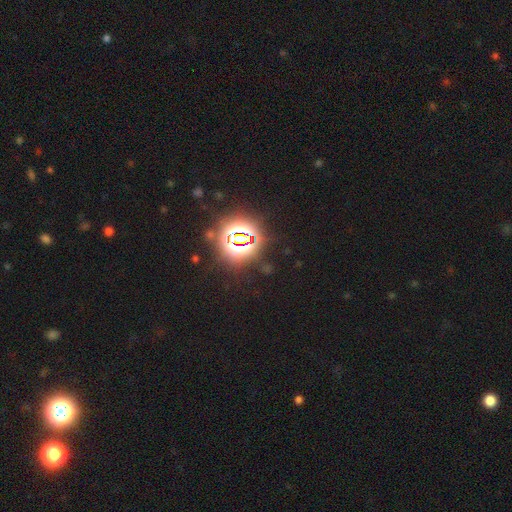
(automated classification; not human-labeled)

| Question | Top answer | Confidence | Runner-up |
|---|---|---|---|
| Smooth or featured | star or artifact | 82% | smooth (11%) |